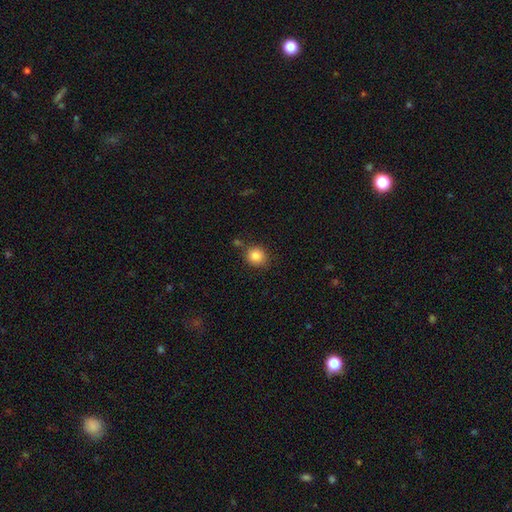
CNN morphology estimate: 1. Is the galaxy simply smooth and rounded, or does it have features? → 86% smooth, 9% star or artifact, 5% featured or disk.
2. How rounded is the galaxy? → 85% round, 14% in between, 1% cigar-shaped.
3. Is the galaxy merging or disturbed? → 75% none, 14% minor disturbance, 7% merger, 4% major disturbance.